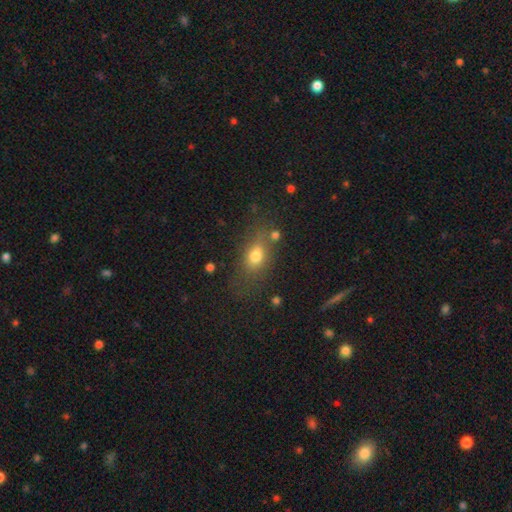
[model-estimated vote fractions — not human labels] Smooth or featured?
  - smooth: 73% *
  - star or artifact: 14%
  - featured or disk: 13%
How rounded?
  - in between: 71% *
  - round: 23%
  - cigar-shaped: 7%
Merging?
  - none: 66% *
  - minor disturbance: 18%
  - major disturbance: 9%
  - merger: 7%